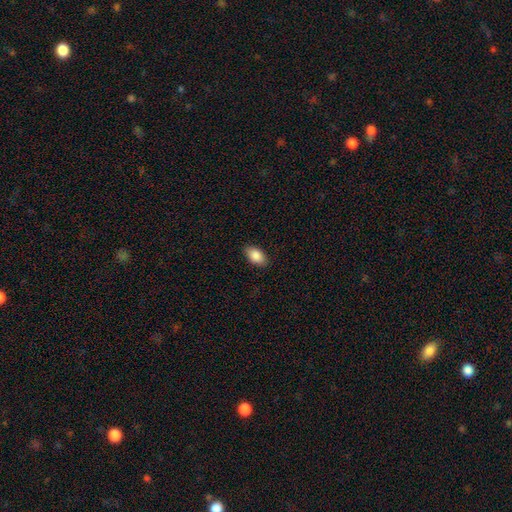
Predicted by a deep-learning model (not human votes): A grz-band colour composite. It shows a smooth galaxy with no disk features (88%) that is in between round and cigar-shaped (93%). Merging: none (87%).